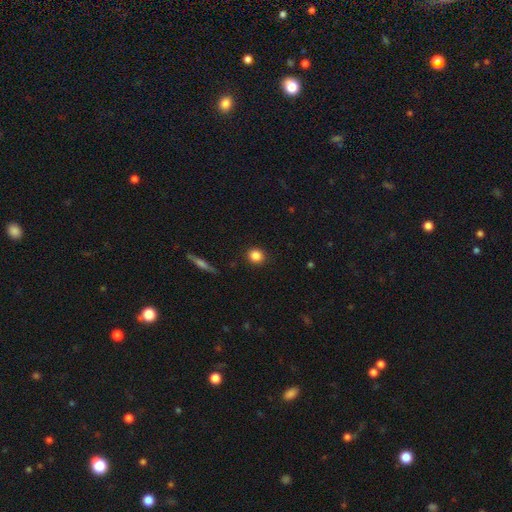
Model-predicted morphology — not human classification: Smooth or featured? smooth (85%)
How rounded? round (89%)
Merging? none (91%)